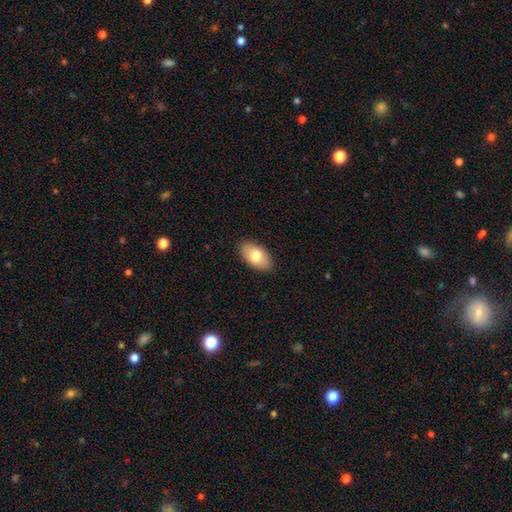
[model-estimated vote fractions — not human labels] Smooth or featured: smooth — 76% (featured or disk — 17%)
How rounded: in between — 94% (round — 4%)
Merging: none — 88% (minor disturbance — 9%)